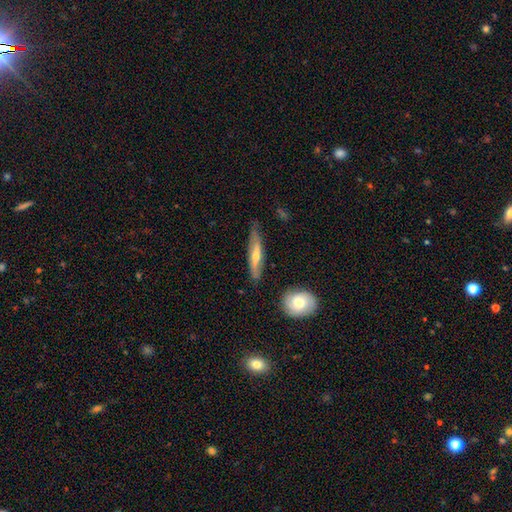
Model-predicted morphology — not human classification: Smooth or featured? featured or disk (54%)
Edge-on disk? yes (73%)
Merging? none (72%)